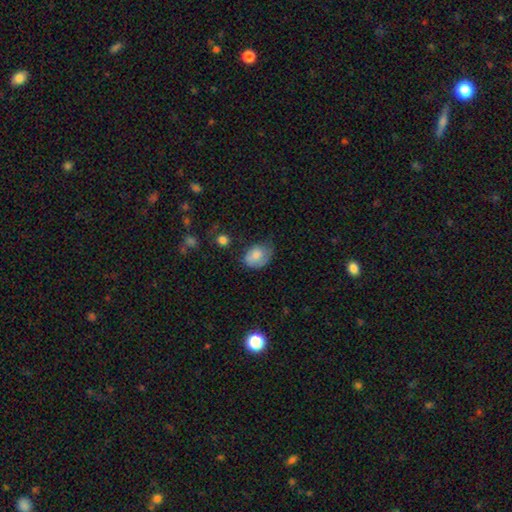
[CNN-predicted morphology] smooth_or_featured: smooth (p=0.74) [alt: featured or disk p=0.17]
how_rounded: in between (p=0.63) [alt: round p=0.36]
merging: none (p=0.41) [alt: minor disturbance p=0.39]